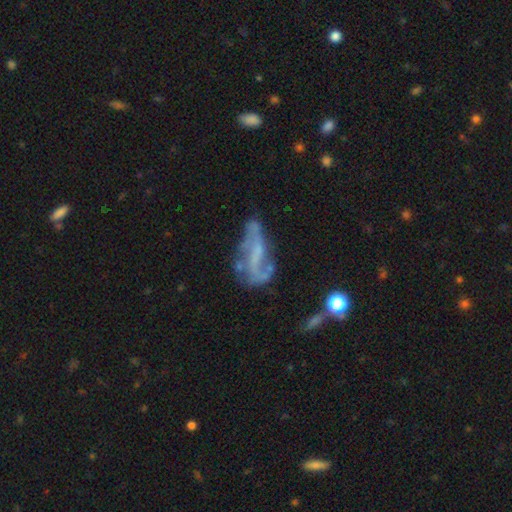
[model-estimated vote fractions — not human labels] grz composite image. It shows a featured or disk galaxy (69%) with no bar (40%), spiral arms (72%) and no central bulge (54%). Merging: none (44%).